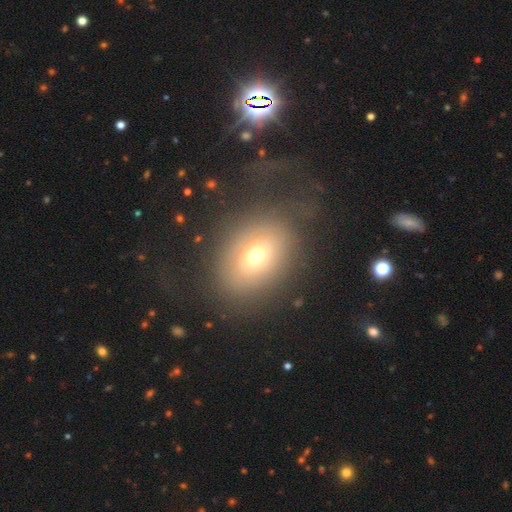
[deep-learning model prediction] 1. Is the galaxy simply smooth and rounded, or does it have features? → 59% smooth, 28% featured or disk, 13% star or artifact.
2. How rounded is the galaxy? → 61% in between, 38% round, 1% cigar-shaped.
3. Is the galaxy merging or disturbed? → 57% none, 24% major disturbance, 17% minor disturbance, 2% merger.